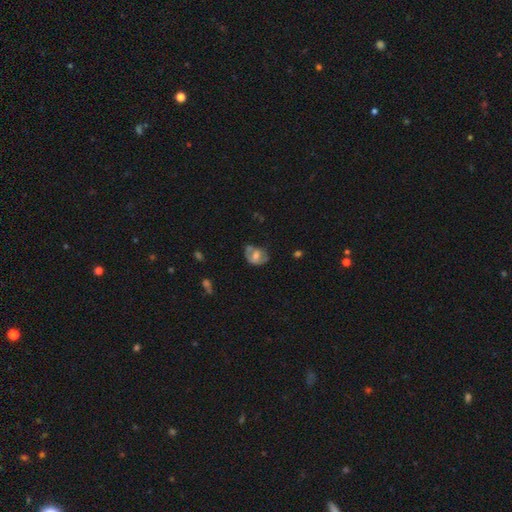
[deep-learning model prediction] Smooth or featured: featured or disk — 48% (smooth — 45%)
Merging: none — 50% (minor disturbance — 30%)